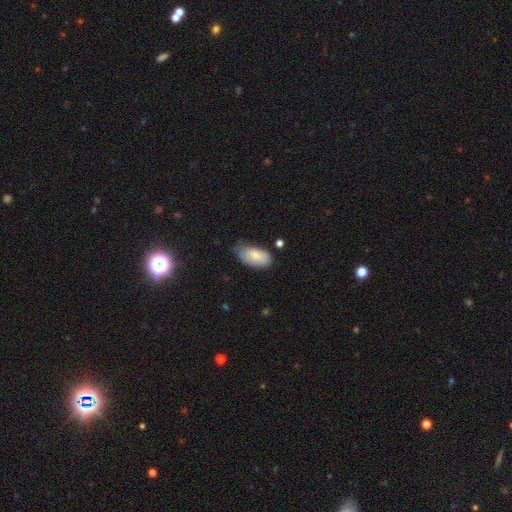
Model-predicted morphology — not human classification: type=smooth (74%); roundness=in between (94%); merging=none (50%).